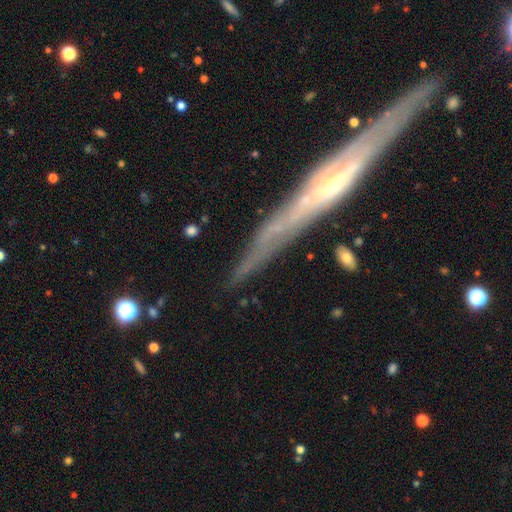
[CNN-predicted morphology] Smooth or featured?
  - featured or disk: 78% *
  - smooth: 14%
  - star or artifact: 7%
Edge-on disk?
  - yes: 90% *
  - no: 10%
Edge-on bulge?
  - rounded: 46% *
  - none: 40%
  - boxy: 13%
Merging?
  - none: 83% *
  - minor disturbance: 12%
  - major disturbance: 3%
  - merger: 2%